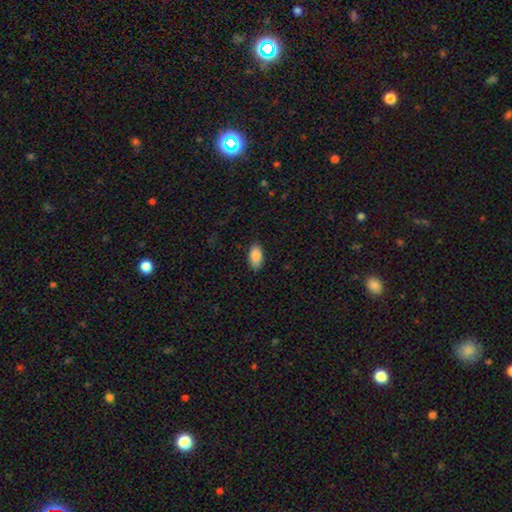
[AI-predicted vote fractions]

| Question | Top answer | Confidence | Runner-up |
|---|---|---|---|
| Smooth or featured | smooth | 88% | star or artifact (7%) |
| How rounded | in between | 94% | cigar-shaped (4%) |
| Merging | none | 86% | minor disturbance (10%) |